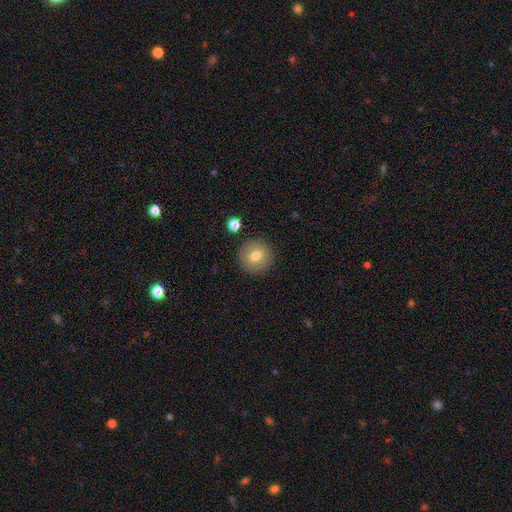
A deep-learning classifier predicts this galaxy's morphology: This is likely a smooth galaxy (77%). How rounded: clearly round (93%). Merging: clearly none (89%).